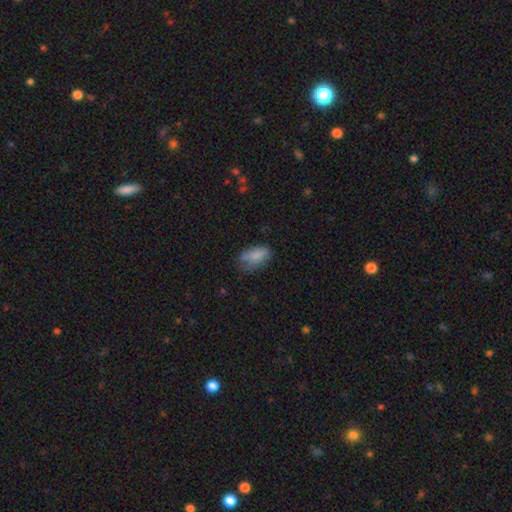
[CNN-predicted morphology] Overall: smooth (79%). How rounded: in between (91%). Merging: none (48%; minor disturbance 35%).